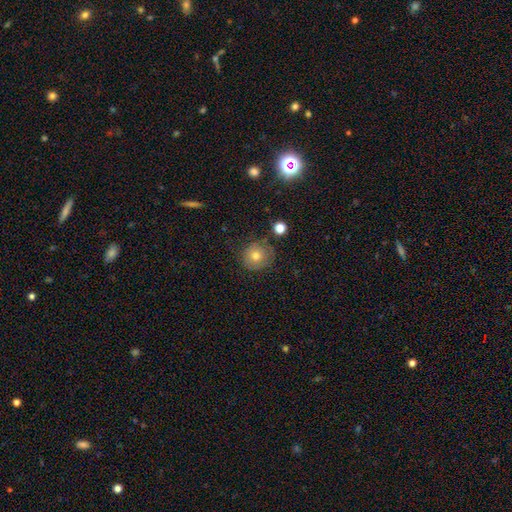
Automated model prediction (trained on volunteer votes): Overall: smooth (68%). How rounded: round (91%). Merging: none (78%).